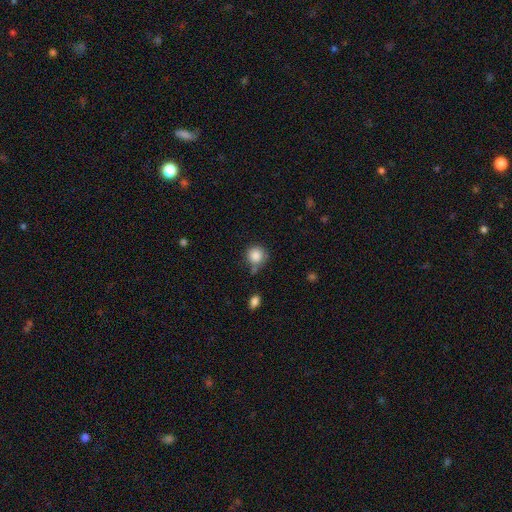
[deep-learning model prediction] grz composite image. It shows a smooth galaxy with no disk features (86%) that is round (91%). Merging: none (69%).